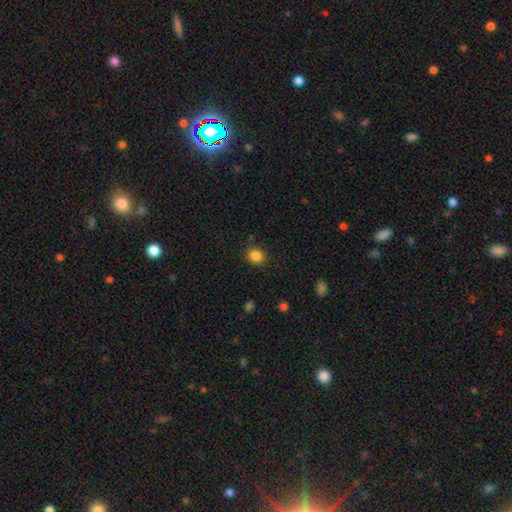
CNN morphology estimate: This appears to be a smooth galaxy with no disk features (85%) that is round (74%). Merging: none (86%).